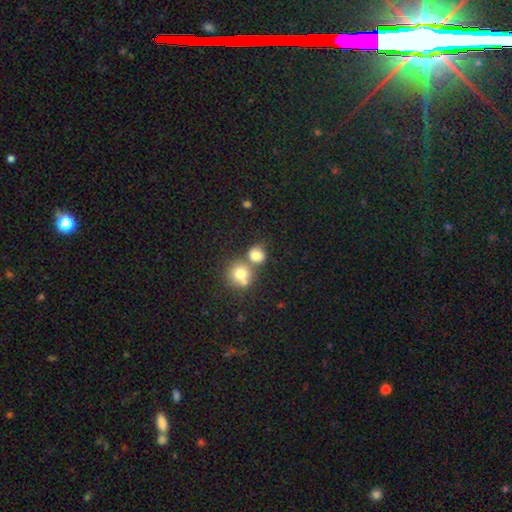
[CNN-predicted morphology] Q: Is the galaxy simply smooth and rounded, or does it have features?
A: smooth — 78%.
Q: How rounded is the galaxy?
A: round — 81%.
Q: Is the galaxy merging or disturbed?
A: none — 49%.